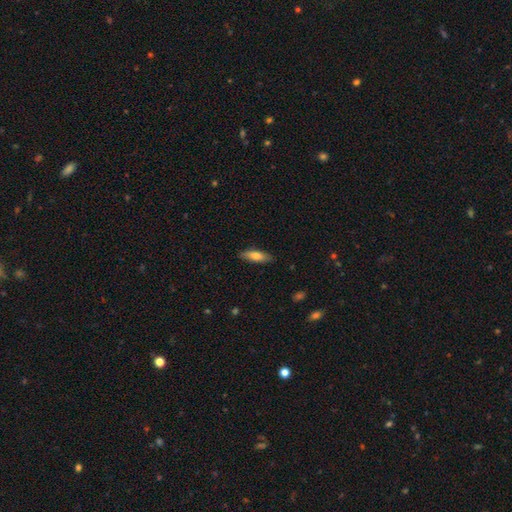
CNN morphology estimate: Smooth or featured? Predicted: smooth (p=0.71). How rounded? Predicted: in between (p=0.50). Merging? Predicted: none (p=0.86).